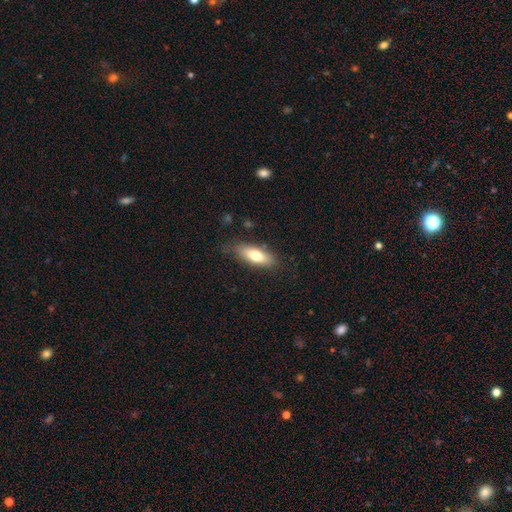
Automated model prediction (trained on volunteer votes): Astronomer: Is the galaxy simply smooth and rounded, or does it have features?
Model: smooth — 71%.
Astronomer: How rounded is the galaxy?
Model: in between — 66%.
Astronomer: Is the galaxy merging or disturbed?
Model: none — 79%.